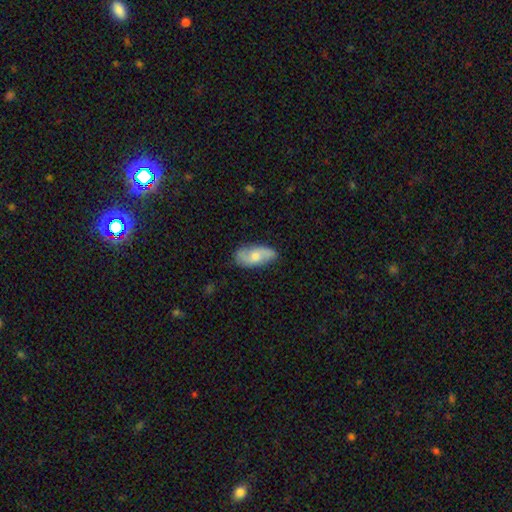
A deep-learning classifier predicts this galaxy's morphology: featured or disk 51%, smooth 43%, star or artifact 6%. Down the decision tree: edge-on disk — no (92%); merging — none (76%).